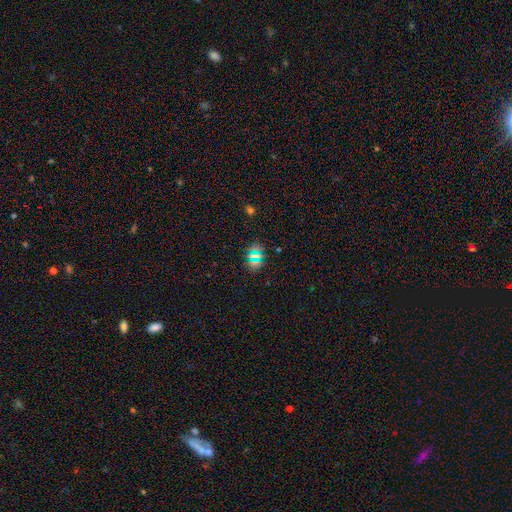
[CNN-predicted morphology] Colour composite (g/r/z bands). It shows a star or artifact, not a galaxy (51%).